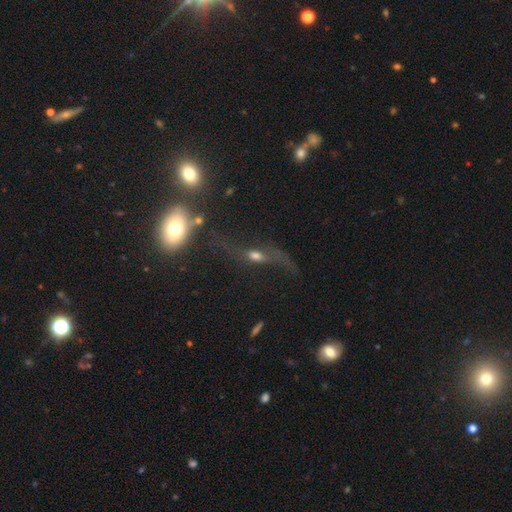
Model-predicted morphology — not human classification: Smooth or featured? Predicted: featured or disk (p=0.59). Edge-on disk? Predicted: no (p=0.67). Merging? Predicted: none (p=0.43).